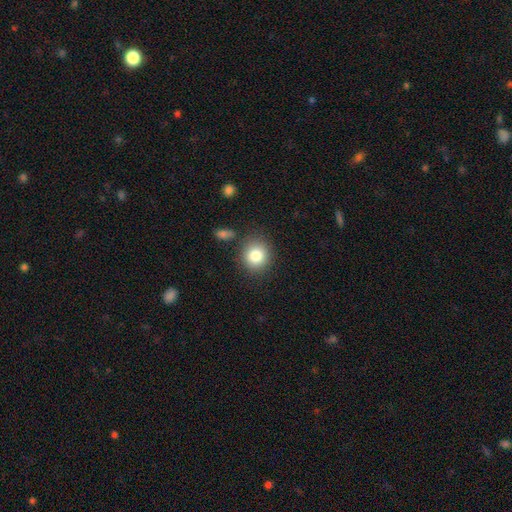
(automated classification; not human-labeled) Morphology: type=smooth (82%); roundness=round (84%); merging=none (83%).